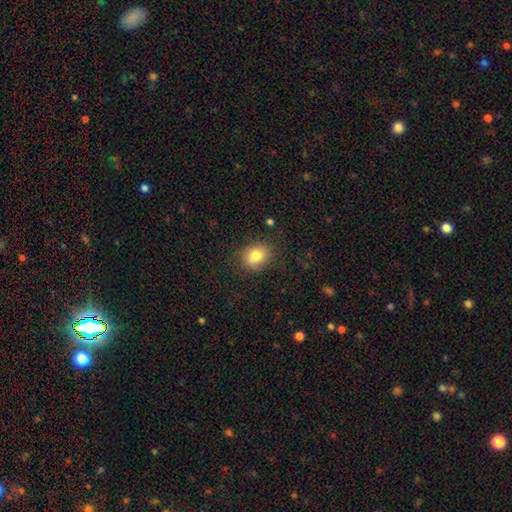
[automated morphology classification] A smooth galaxy with no disk features (81%) that is in between round and cigar-shaped (50%). Merging: none (80%).